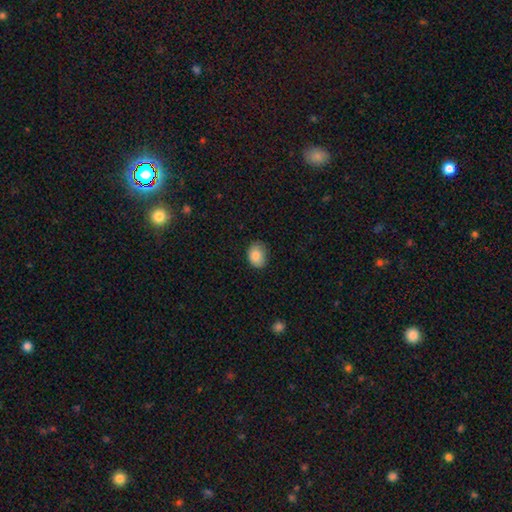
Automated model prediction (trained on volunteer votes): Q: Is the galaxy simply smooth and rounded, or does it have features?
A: smooth — 85%.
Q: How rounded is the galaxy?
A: in between — 69%.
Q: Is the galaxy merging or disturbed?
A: none — 73%.